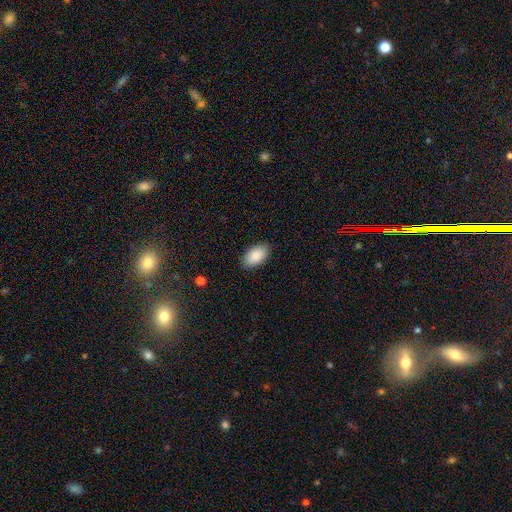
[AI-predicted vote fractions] Morphology: type=smooth (90%); roundness=in between (95%); merging=none (87%).